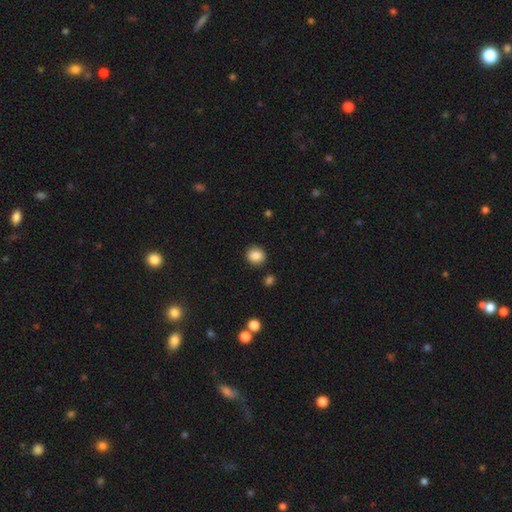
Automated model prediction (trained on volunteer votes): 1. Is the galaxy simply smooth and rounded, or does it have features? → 87% smooth, 9% star or artifact, 4% featured or disk.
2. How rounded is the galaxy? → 81% round, 18% in between, 1% cigar-shaped.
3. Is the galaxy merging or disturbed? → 89% none, 7% minor disturbance, 2% merger, 2% major disturbance.